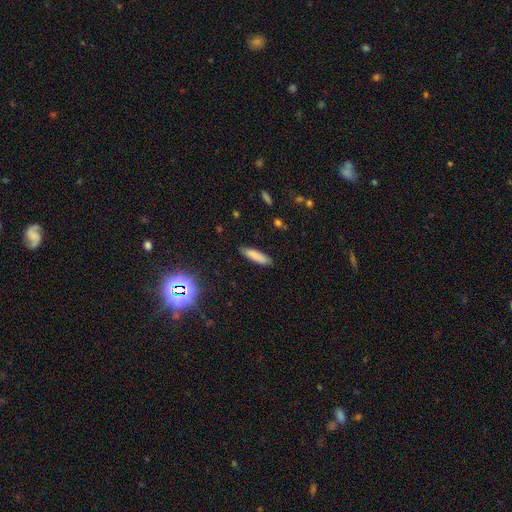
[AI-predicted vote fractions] This appears to be a smooth galaxy with no disk features (82%) that is cigar-shaped (69%). Merging: none (86%).